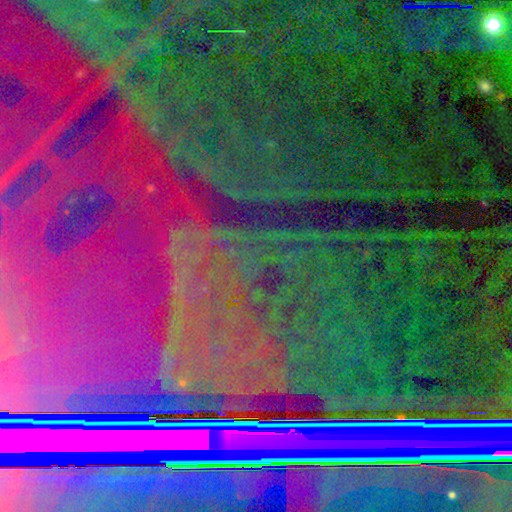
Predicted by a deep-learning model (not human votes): Morphology: type=star or artifact (89%).